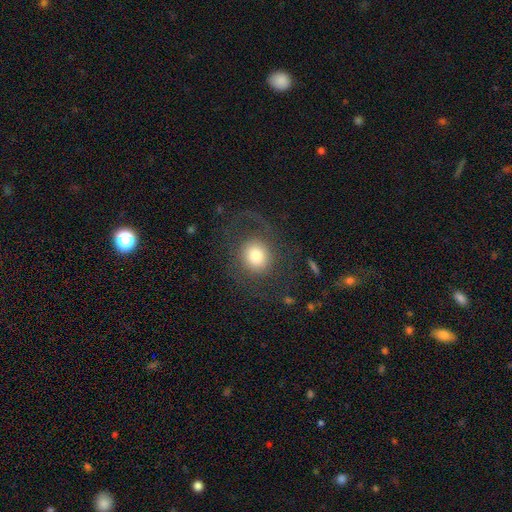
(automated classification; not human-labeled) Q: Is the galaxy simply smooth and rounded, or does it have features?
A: smooth — 63%.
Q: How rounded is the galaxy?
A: round — 85%.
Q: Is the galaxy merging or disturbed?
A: none — 67%.